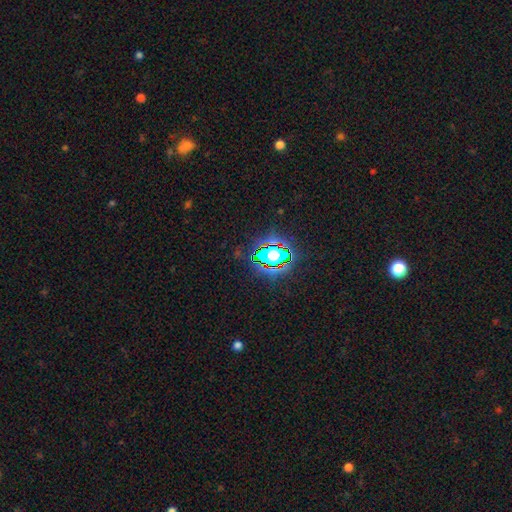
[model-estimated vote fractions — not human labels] A star or artifact, not a galaxy (81%).

Vote fractions:
- Smooth or featured? star or artifact: 81% / smooth: 12% / featured or disk: 8%